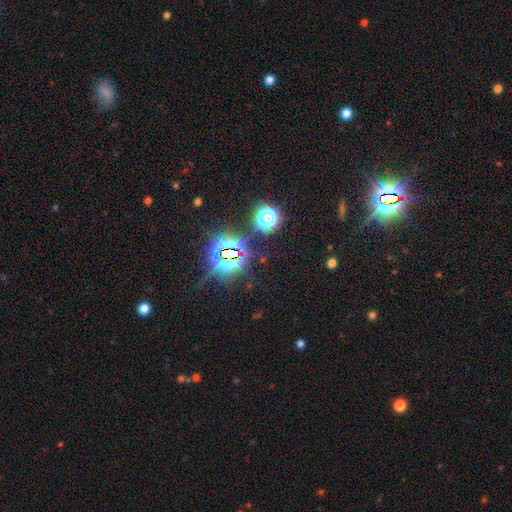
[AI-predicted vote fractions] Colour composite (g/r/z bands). It shows a star or artifact, not a galaxy (81%).